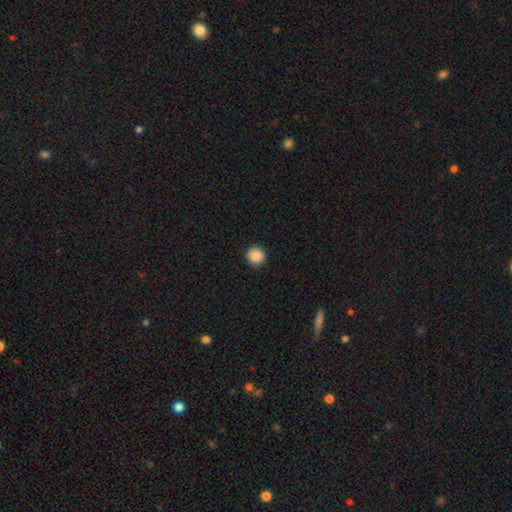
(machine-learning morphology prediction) A smooth galaxy with no disk features (89%) that is round (93%). Merging: none (92%).